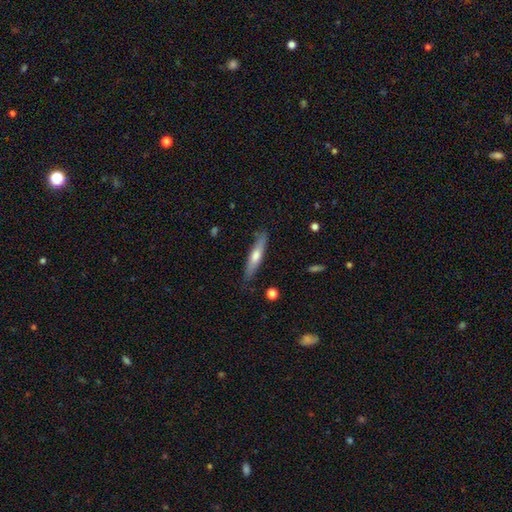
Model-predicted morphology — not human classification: smooth_or_featured: smooth (p=0.55) [alt: featured or disk p=0.40]
how_rounded: cigar-shaped (p=0.85) [alt: in between p=0.13]
merging: none (p=0.84) [alt: minor disturbance p=0.12]